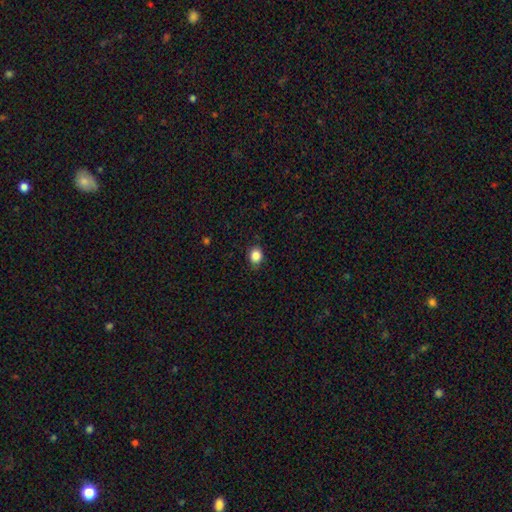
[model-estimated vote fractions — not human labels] Smooth or featured? smooth (86%)
How rounded? round (58%)
Merging? none (86%)